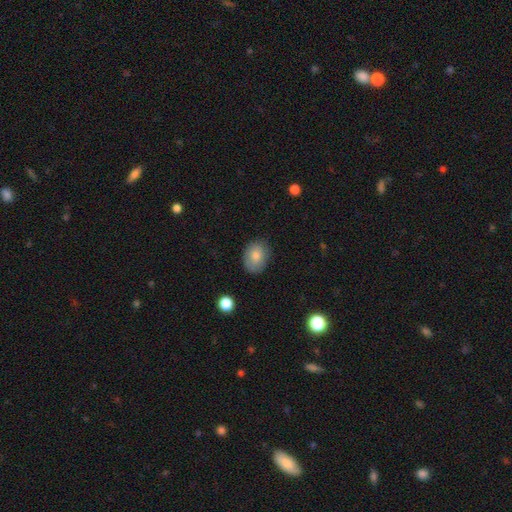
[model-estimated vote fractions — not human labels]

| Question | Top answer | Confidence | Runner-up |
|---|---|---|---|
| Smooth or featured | smooth | 80% | featured or disk (12%) |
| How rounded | in between | 67% | round (32%) |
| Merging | none | 78% | minor disturbance (17%) |